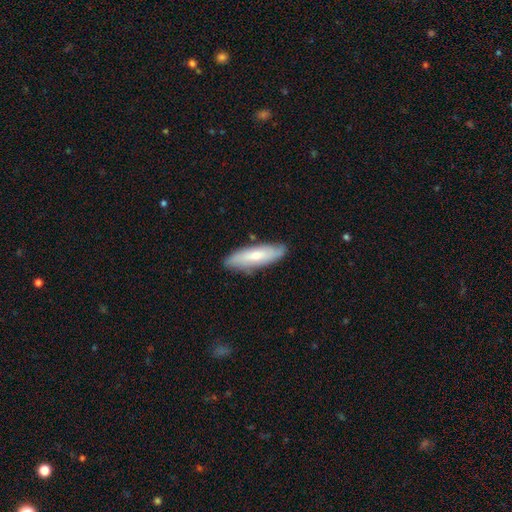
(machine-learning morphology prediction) smooth_or_featured: smooth (p=0.58) [alt: featured or disk p=0.36]
how_rounded: cigar-shaped (p=0.55) [alt: in between p=0.44]
merging: none (p=0.83) [alt: minor disturbance p=0.13]